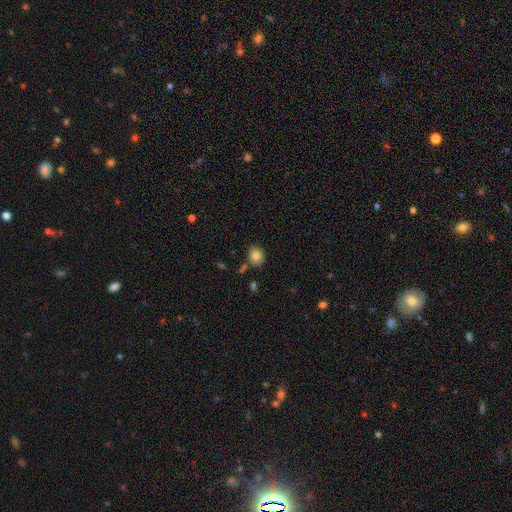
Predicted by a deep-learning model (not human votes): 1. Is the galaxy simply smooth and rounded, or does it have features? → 83% smooth, 10% star or artifact, 8% featured or disk.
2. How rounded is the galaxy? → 63% round, 36% in between, 1% cigar-shaped.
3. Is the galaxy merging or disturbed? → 80% none, 11% minor disturbance, 6% merger, 3% major disturbance.